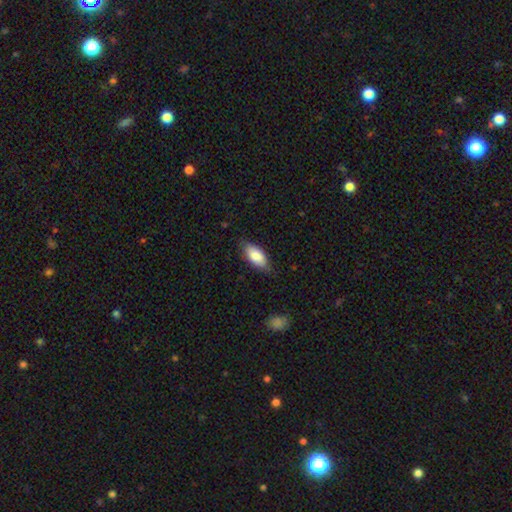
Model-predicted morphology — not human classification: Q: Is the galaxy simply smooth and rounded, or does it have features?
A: smooth — 83%.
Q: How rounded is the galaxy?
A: in between — 88%.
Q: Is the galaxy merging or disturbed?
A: none — 77%.